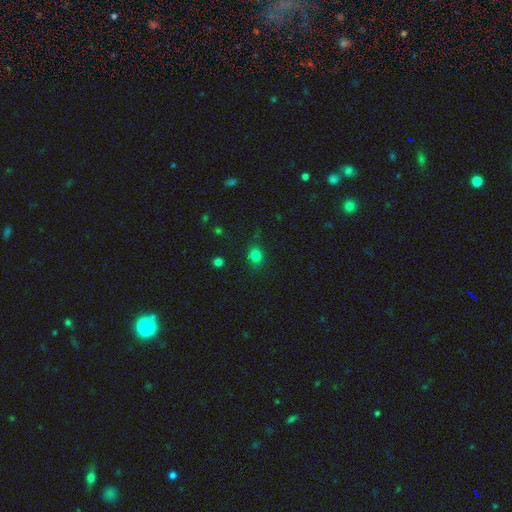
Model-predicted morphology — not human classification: Q: Smooth or featured?
A: smooth (81%); runner-up: star or artifact (14%)
Q: How rounded?
A: round (64%); runner-up: in between (35%)
Q: Merging?
A: none (82%); runner-up: minor disturbance (13%)